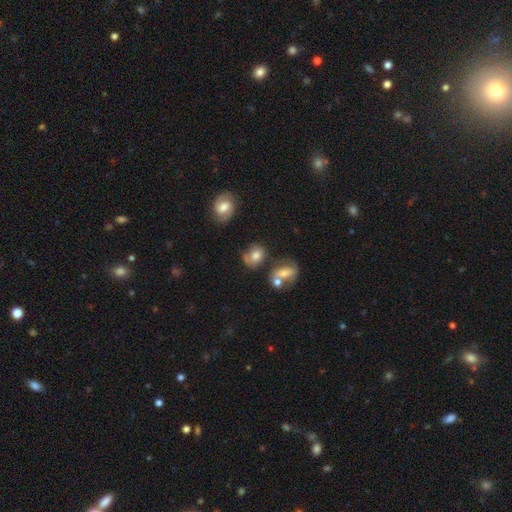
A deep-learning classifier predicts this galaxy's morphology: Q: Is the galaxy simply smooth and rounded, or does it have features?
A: smooth — 67%.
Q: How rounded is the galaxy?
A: round — 56%.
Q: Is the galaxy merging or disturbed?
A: none — 45%.